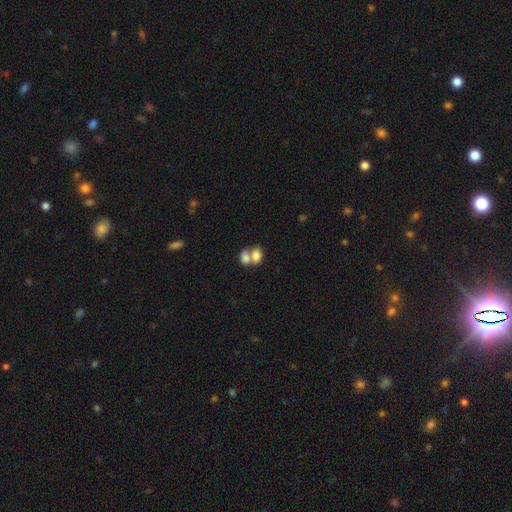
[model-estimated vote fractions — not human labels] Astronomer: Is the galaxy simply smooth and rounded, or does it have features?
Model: smooth — 78%.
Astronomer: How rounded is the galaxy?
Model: in between — 79%.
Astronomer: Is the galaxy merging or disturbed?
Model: merger — 68%.